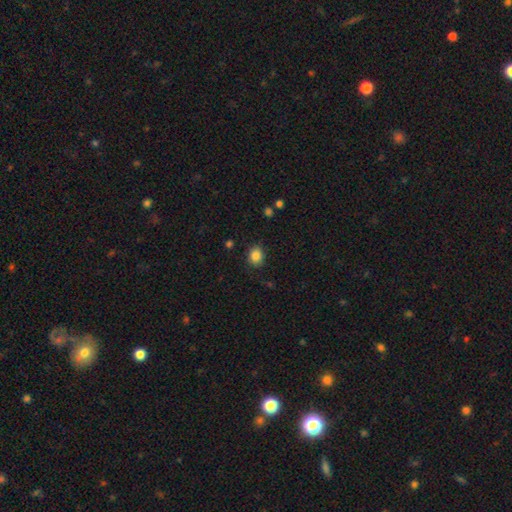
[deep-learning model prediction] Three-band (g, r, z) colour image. It shows a smooth galaxy with no disk features (84%) that is round (68%). Merging: none (84%).